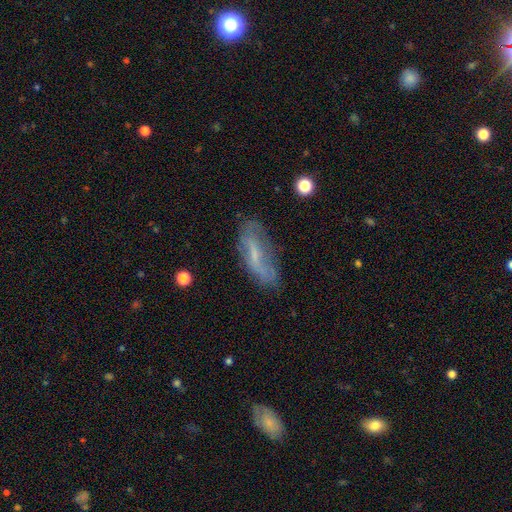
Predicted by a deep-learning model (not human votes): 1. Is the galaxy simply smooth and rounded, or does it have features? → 50% featured or disk, 41% smooth, 9% star or artifact.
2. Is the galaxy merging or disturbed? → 60% none, 26% minor disturbance, 12% major disturbance, 3% merger.